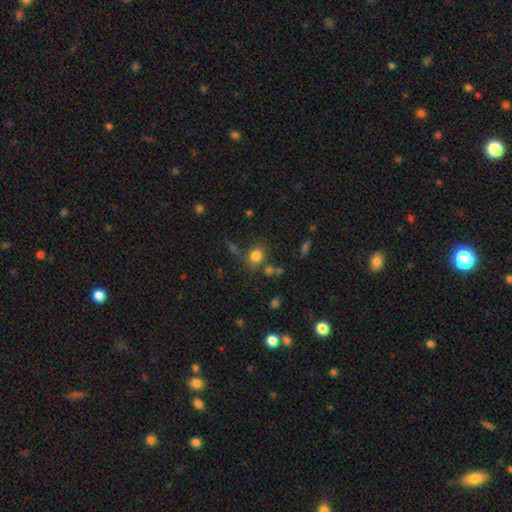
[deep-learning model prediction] A smooth galaxy with no disk features (80%) that is round (59%).

Vote fractions:
- Smooth or featured? smooth: 80% / star or artifact: 13% / featured or disk: 7%
- How rounded? round: 59% / in between: 40% / cigar-shaped: 1%
- Merging? none: 68% / minor disturbance: 15% / merger: 11% / major disturbance: 7%